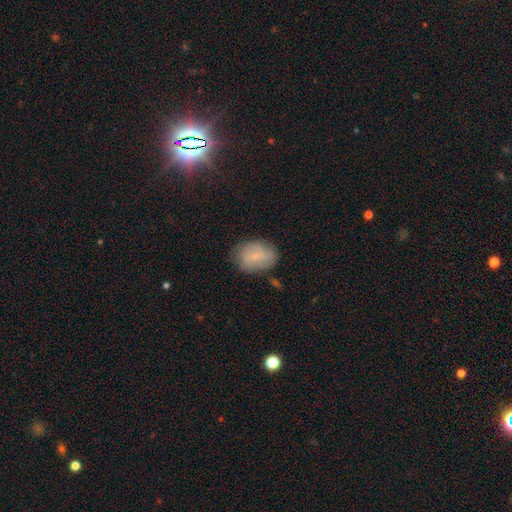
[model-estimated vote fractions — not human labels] Q: Smooth or featured?
A: smooth (63%); runner-up: featured or disk (29%)
Q: How rounded?
A: in between (71%); runner-up: round (27%)
Q: Merging?
A: none (74%); runner-up: minor disturbance (19%)